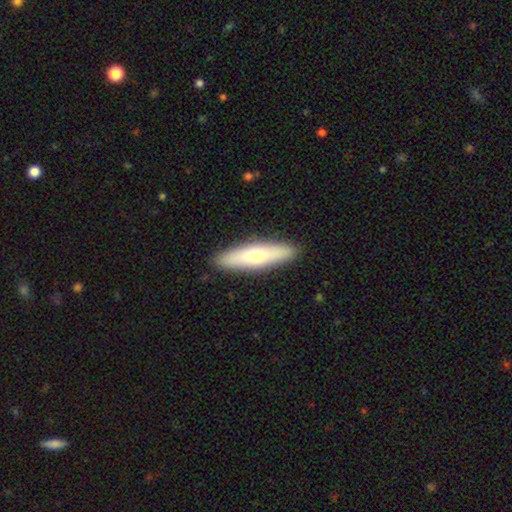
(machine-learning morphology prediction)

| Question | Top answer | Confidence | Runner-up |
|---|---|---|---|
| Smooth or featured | smooth | 60% | featured or disk (35%) |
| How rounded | cigar-shaped | 71% | in between (27%) |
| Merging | none | 90% | minor disturbance (7%) |